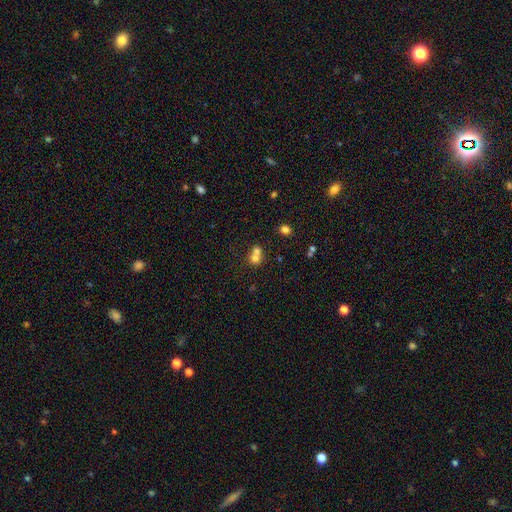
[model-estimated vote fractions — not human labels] Smooth or featured?
  - smooth: 69% *
  - featured or disk: 17%
  - star or artifact: 14%
How rounded?
  - round: 74% *
  - in between: 25%
  - cigar-shaped: 1%
Merging?
  - merger: 65% *
  - none: 27%
  - minor disturbance: 5%
  - major disturbance: 3%